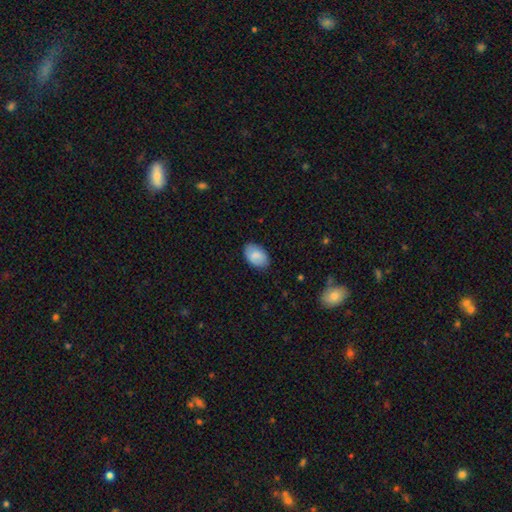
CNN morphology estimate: Overall: smooth (83%). How rounded: in between (91%). Merging: none (83%).